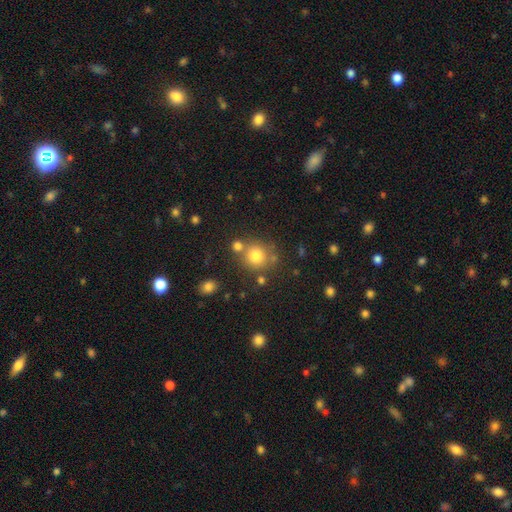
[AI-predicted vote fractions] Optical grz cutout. It shows a smooth galaxy with no disk features (78%) that is round (88%). Merging: none (69%).